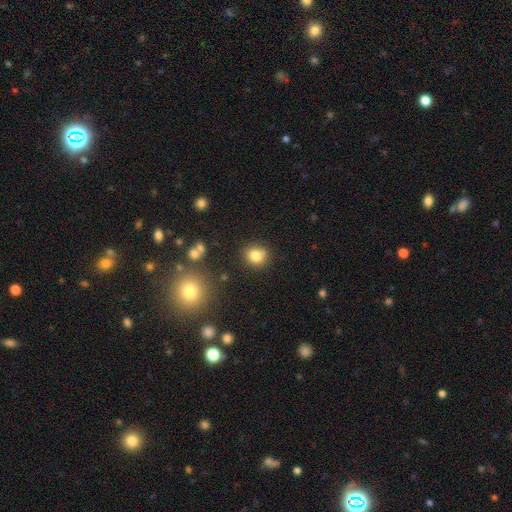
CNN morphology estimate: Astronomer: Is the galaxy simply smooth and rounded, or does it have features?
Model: smooth — 81%.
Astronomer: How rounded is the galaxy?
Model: round — 78%.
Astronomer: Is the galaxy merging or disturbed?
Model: none — 80%.